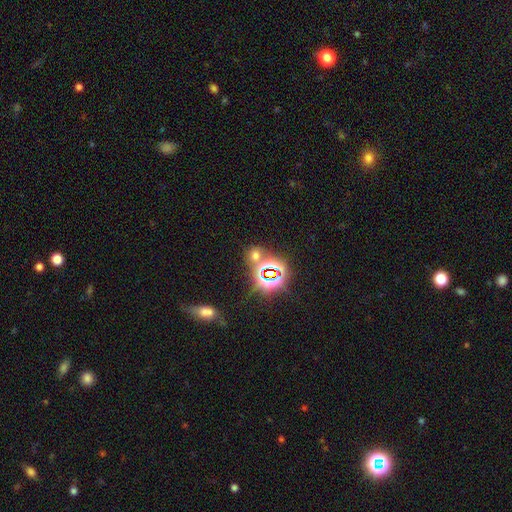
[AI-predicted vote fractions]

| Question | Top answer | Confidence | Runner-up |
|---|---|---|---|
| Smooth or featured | star or artifact | 50% | smooth (41%) |